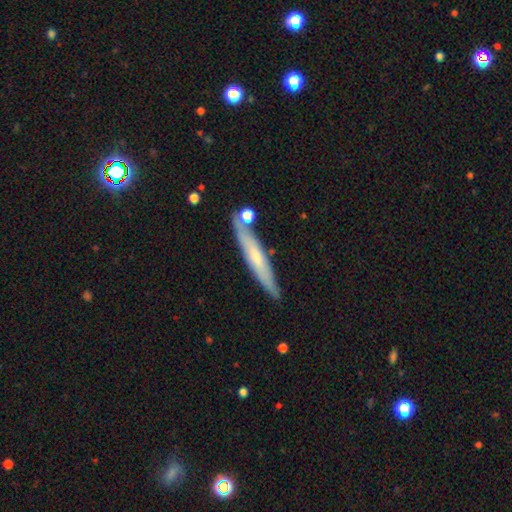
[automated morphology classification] Q: Smooth or featured?
A: smooth (50%); runner-up: featured or disk (44%)
Q: How rounded?
A: cigar-shaped (89%); runner-up: in between (9%)
Q: Merging?
A: none (73%); runner-up: minor disturbance (14%)